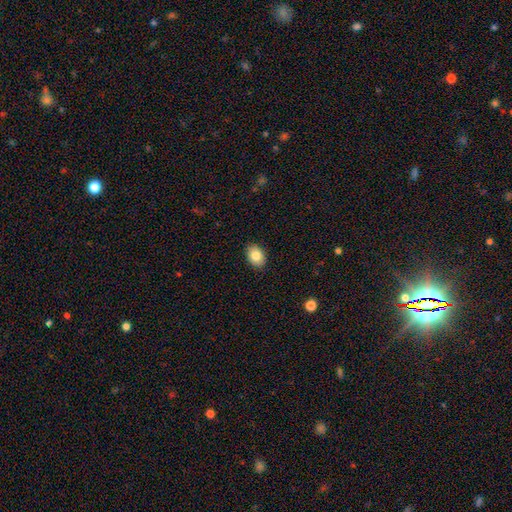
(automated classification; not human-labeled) This is clearly a smooth galaxy (84%). How rounded: likely in between (76%). Merging: clearly none (89%).